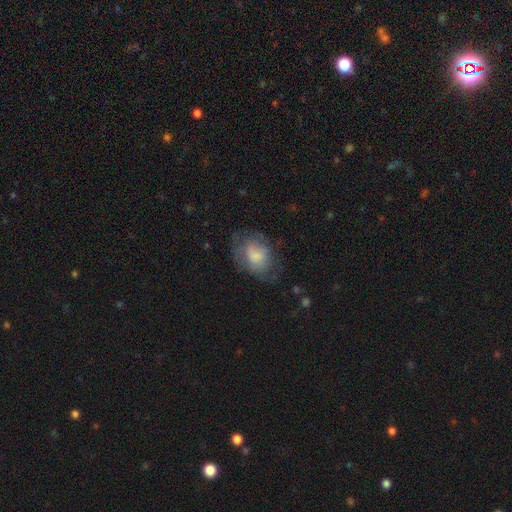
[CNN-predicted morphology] Smooth or featured: smooth — 68% (featured or disk — 24%)
How rounded: in between — 67% (round — 32%)
Merging: none — 51% (minor disturbance — 27%)